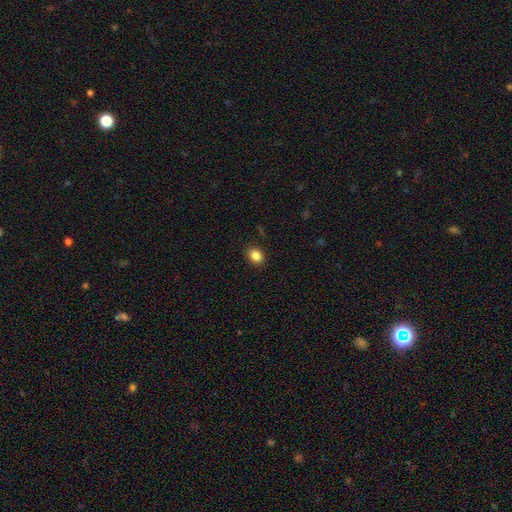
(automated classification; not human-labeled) smooth 85%, star or artifact 10%, featured or disk 5%. Down the decision tree: how rounded — in between (50%); merging — none (88%).